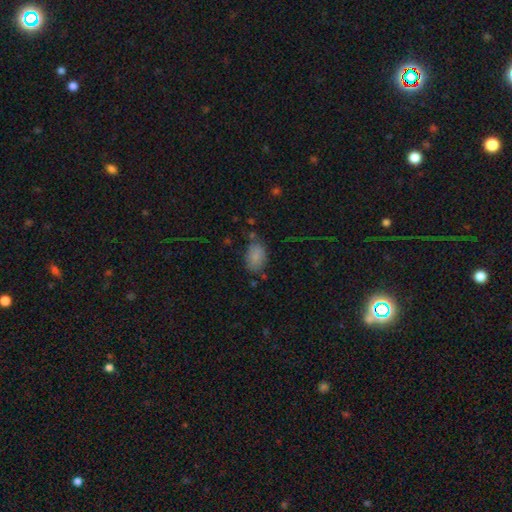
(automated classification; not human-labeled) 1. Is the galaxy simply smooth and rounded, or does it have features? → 84% smooth, 9% star or artifact, 7% featured or disk.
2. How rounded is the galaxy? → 87% in between, 11% round, 1% cigar-shaped.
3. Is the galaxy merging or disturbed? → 68% none, 21% minor disturbance, 6% major disturbance, 6% merger.